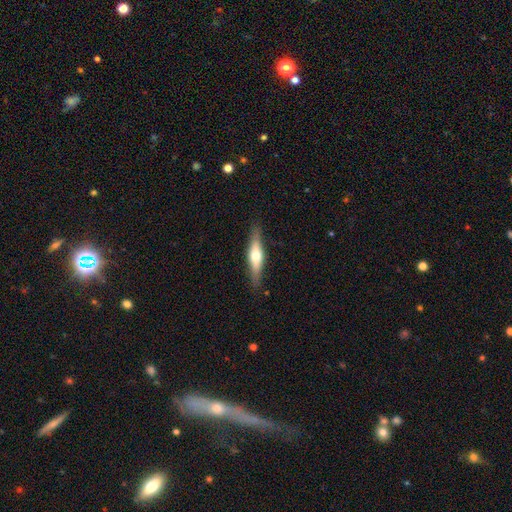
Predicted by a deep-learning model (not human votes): This appears to be a featured or disk galaxy (52%) viewed edge-on (92%). Merging: none (85%).